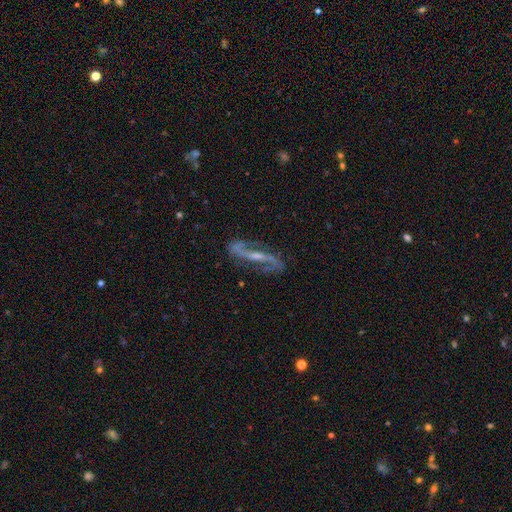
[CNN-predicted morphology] Overall: featured or disk (89%). Edge-on disk: no (88%). Bar: strong (43%; weak 37%). Spiral arms: yes (96%). Spiral arm count: 2 (93%). Spiral winding: loose (54%; medium 35%). Bulge size: small (52%; moderate 34%). Merging: none (79%).